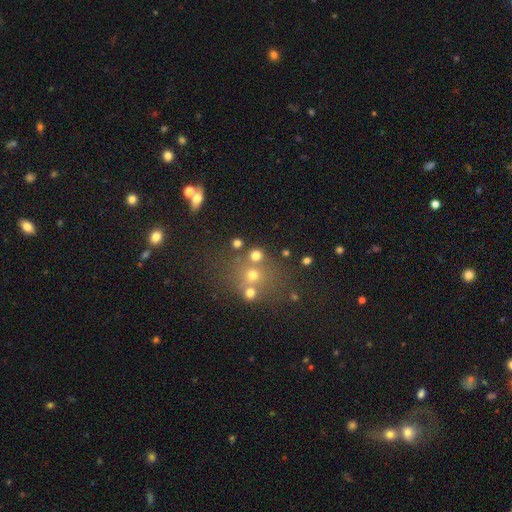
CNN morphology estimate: This appears to be a smooth galaxy with no disk features (61%) that is round (78%). Merging: none (59%).